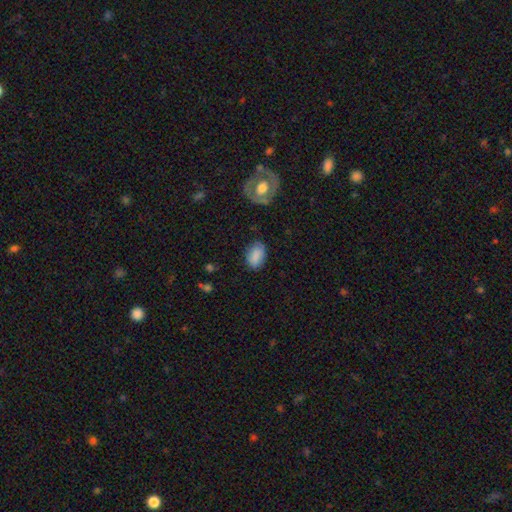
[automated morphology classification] This is clearly a smooth galaxy (82%). How rounded: clearly in between (87%). Merging: likely none (75%).